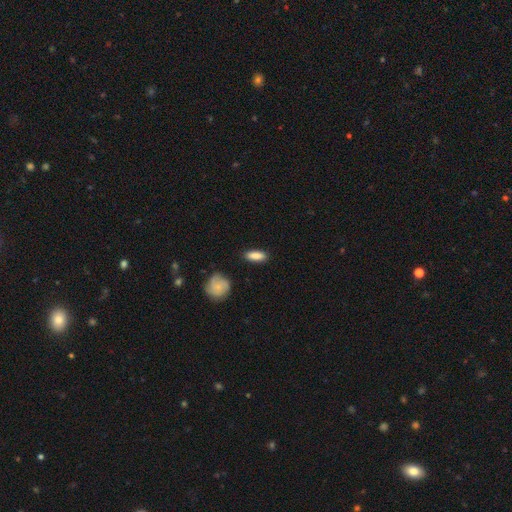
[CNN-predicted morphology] This is clearly a smooth galaxy (86%). How rounded: likely in between (67%). Merging: clearly none (86%).